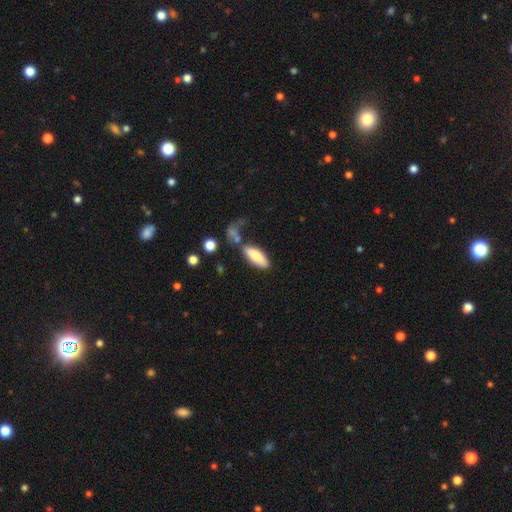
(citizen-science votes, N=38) Q: Smooth or featured?
A: smooth (84%); runner-up: featured or disk (8%)
Q: How rounded?
A: in between (81%); runner-up: cigar-shaped (19%)
Q: Merging?
A: none (57%); runner-up: minor disturbance (17%)